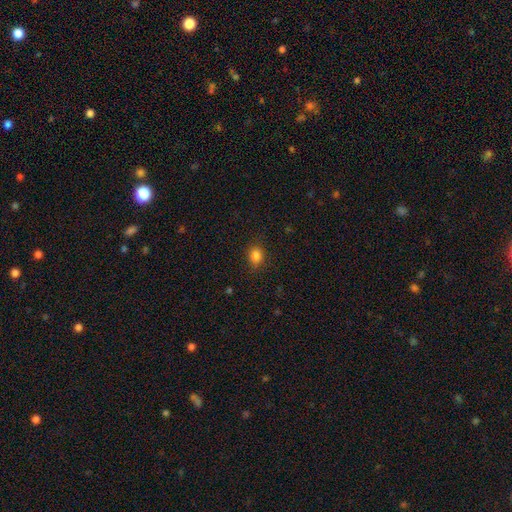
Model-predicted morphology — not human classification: This appears to be a smooth galaxy with no disk features (84%) that is round (57%). Merging: none (83%).